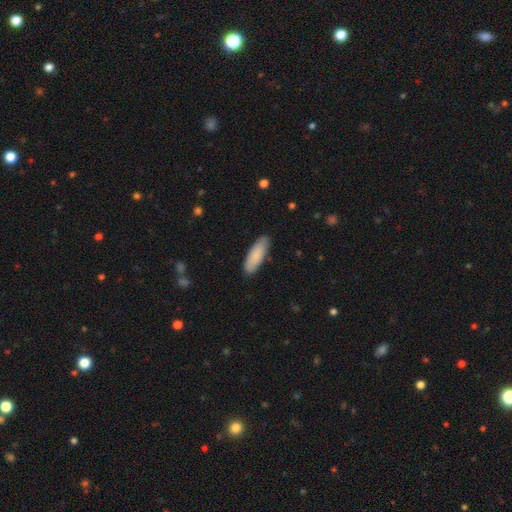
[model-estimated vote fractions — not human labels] Smooth or featured? Predicted: smooth (p=0.85). How rounded? Predicted: in between (p=0.58). Merging? Predicted: none (p=0.85).